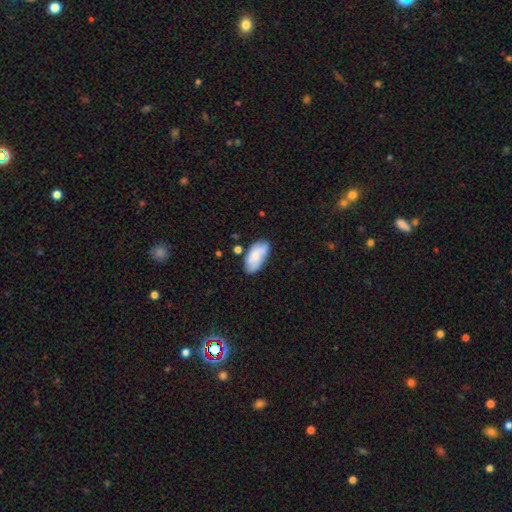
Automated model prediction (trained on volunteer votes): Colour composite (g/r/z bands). It shows a smooth galaxy with no disk features (71%) that is in between round and cigar-shaped (93%). Merging: none (65%).